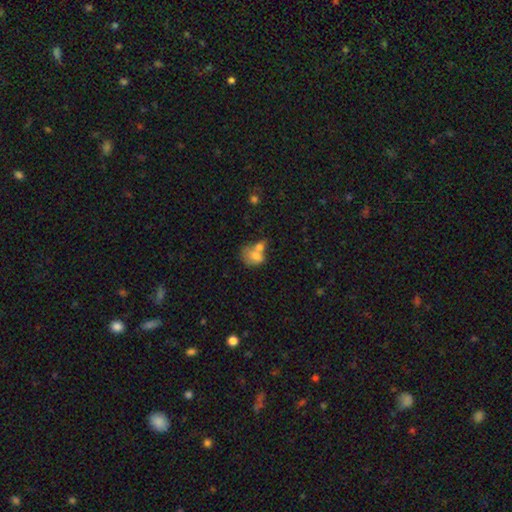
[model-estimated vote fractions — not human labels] smooth-or-featured: smooth: 68% | featured or disk: 23% | star or artifact: 9%
  how-rounded: in between: 65% | round: 34% | cigar-shaped: 1%
  merging: merger: 61% | none: 20% | minor disturbance: 11% | major disturbance: 8%